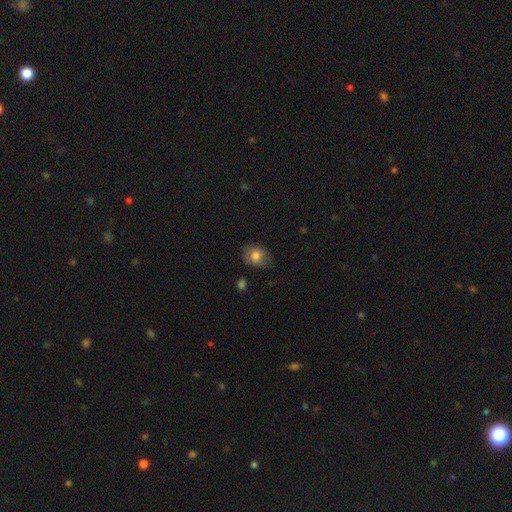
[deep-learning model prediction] This appears to be a smooth galaxy with no disk features (77%) that is in between round and cigar-shaped (52%). Merging: none (68%).